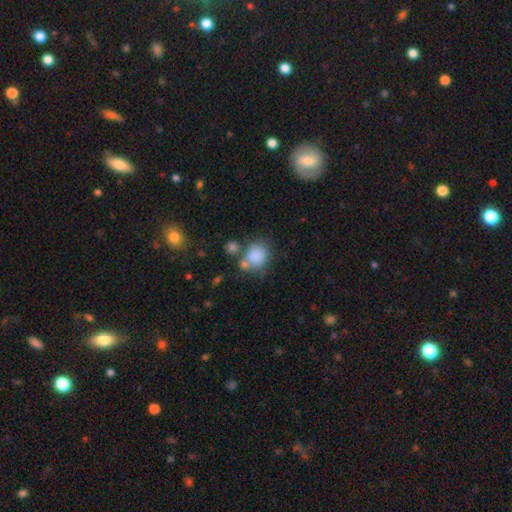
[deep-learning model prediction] Q: Smooth or featured?
A: smooth (82%); runner-up: star or artifact (10%)
Q: How rounded?
A: round (68%); runner-up: in between (31%)
Q: Merging?
A: none (51%); runner-up: merger (25%)